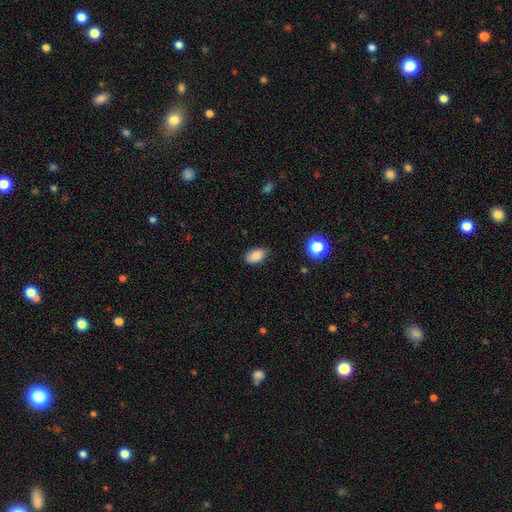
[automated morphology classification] smooth 86%, star or artifact 9%, featured or disk 5%. Down the decision tree: how rounded — in between (91%); merging — none (78%).